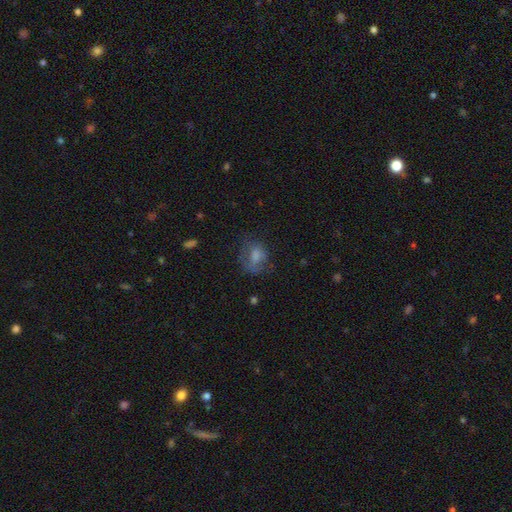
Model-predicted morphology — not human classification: Smooth or featured?
  - smooth: 56% *
  - featured or disk: 27%
  - star or artifact: 18%
How rounded?
  - in between: 51% *
  - round: 47%
  - cigar-shaped: 2%
Merging?
  - none: 55% *
  - minor disturbance: 23%
  - major disturbance: 20%
  - merger: 2%